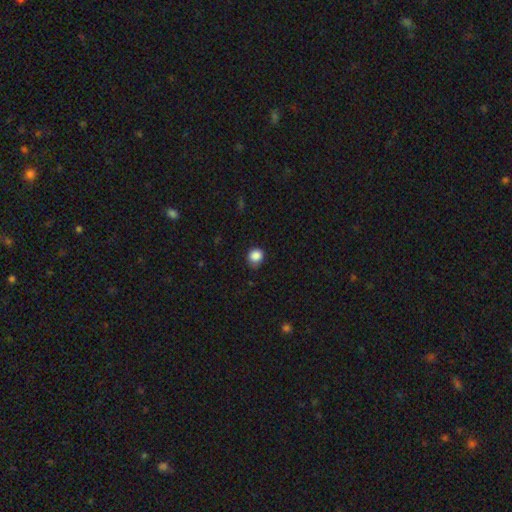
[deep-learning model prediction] This is clearly a smooth galaxy (87%). How rounded: likely round (79%). Merging: likely none (70%).